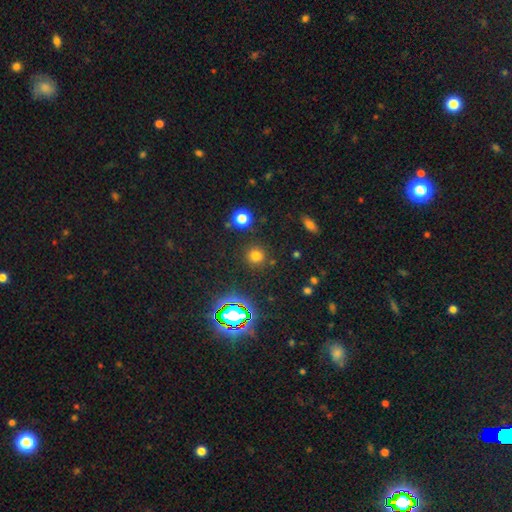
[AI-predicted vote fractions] smooth-or-featured: smooth: 71% | star or artifact: 22% | featured or disk: 6%
  how-rounded: round: 92% | in between: 7% | cigar-shaped: 1%
  merging: none: 87% | minor disturbance: 7% | major disturbance: 3% | merger: 3%